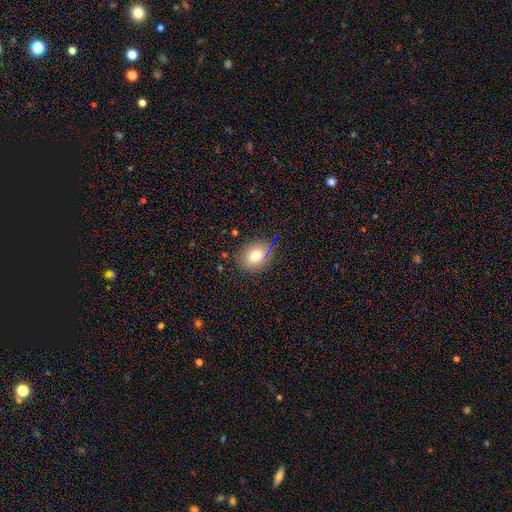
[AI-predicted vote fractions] smooth-or-featured: smooth: 75% | star or artifact: 14% | featured or disk: 12%
  how-rounded: round: 53% | in between: 45% | cigar-shaped: 1%
  merging: none: 83% | minor disturbance: 12% | major disturbance: 4% | merger: 2%